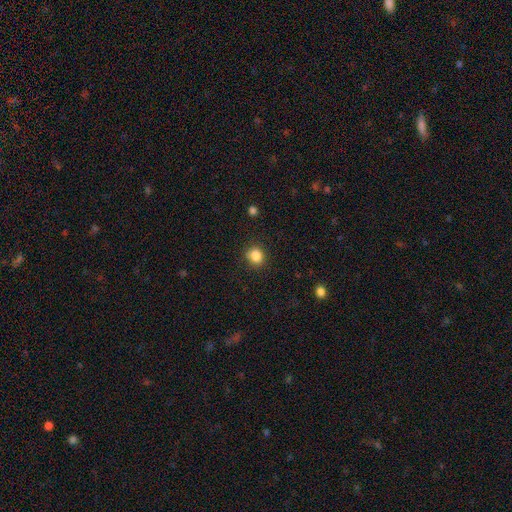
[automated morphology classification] smooth 85%, star or artifact 11%, featured or disk 4%. Down the decision tree: how rounded — round (79%); merging — none (83%).